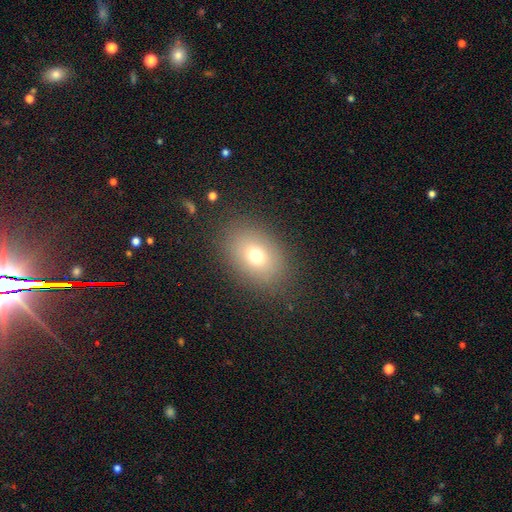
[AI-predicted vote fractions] smooth-or-featured: smooth: 71% | featured or disk: 15% | star or artifact: 14%
  how-rounded: in between: 71% | round: 28% | cigar-shaped: 1%
  merging: none: 84% | minor disturbance: 10% | major disturbance: 5% | merger: 1%